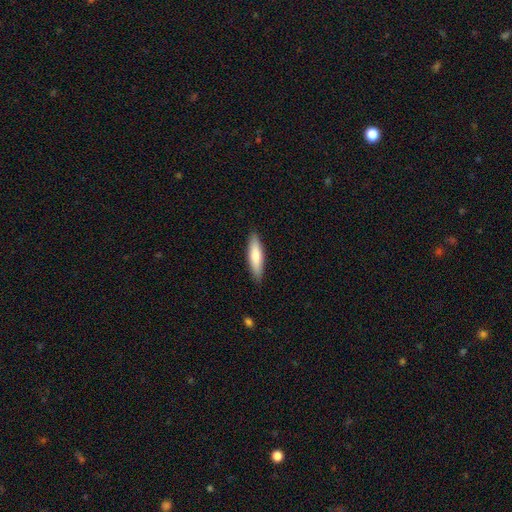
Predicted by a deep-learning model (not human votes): The model was most divided on "how rounded": cigar-shaped: 73%, in between: 26%, round: 1%. More confident: merging — none (88%); smooth or featured — smooth (74%).